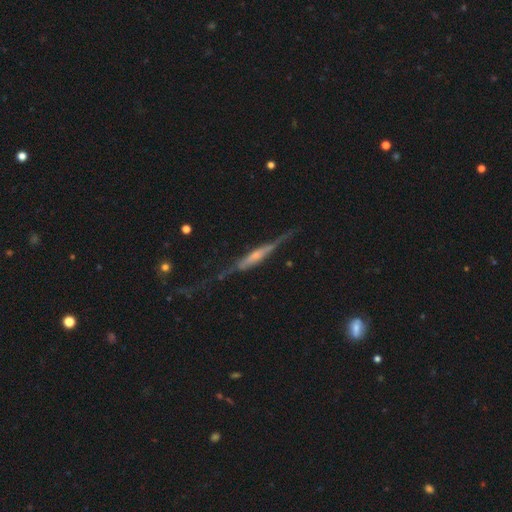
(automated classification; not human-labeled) Smooth or featured? featured or disk (74%)
Edge-on disk? yes (90%)
Edge-on bulge? rounded (50%)
Merging? none (56%)